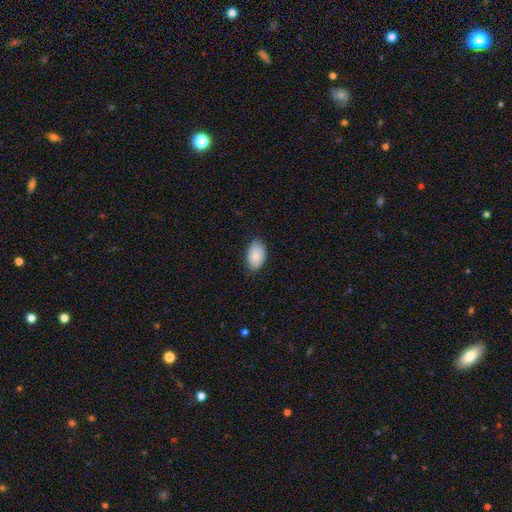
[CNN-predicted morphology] This is clearly a smooth galaxy (89%). How rounded: clearly in between (93%). Merging: clearly none (82%).